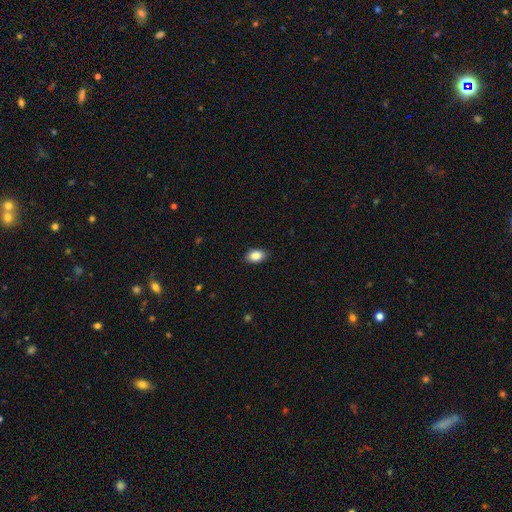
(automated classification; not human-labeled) Smooth or featured: smooth — 88% (star or artifact — 8%)
How rounded: in between — 87% (round — 12%)
Merging: none — 88% (minor disturbance — 9%)